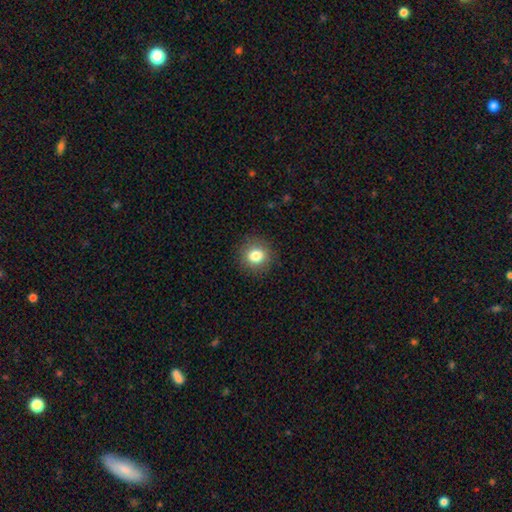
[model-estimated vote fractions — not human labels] smooth_or_featured: smooth (p=0.81) [alt: star or artifact p=0.11]
how_rounded: round (p=0.86) [alt: in between p=0.13]
merging: none (p=0.89) [alt: minor disturbance p=0.08]